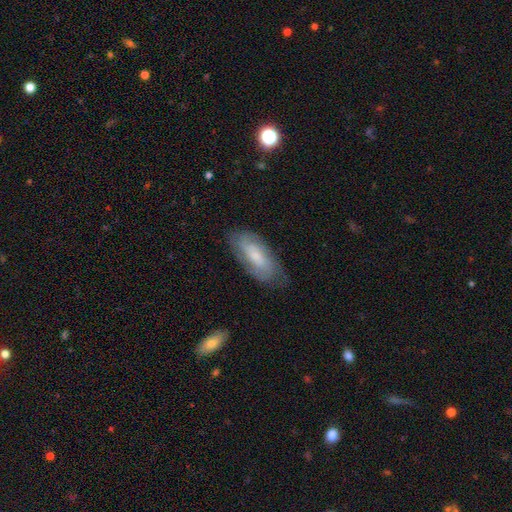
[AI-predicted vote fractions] This is possibly a featured or disk galaxy (52%). It is clearly not viewed edge-on (88%). Merging: likely none (71%).